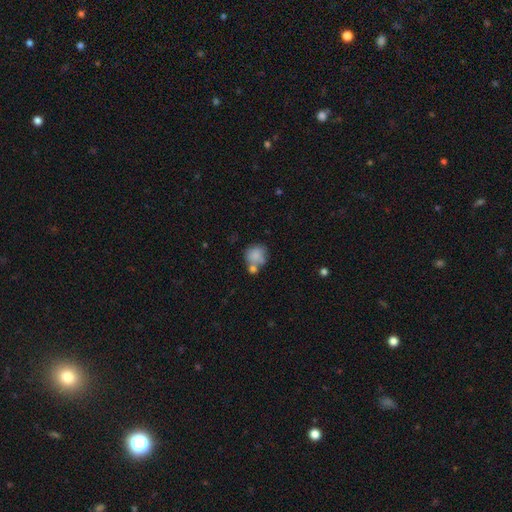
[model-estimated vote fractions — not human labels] Smooth or featured? Predicted: smooth (p=0.79). How rounded? Predicted: round (p=0.78). Merging? Predicted: none (p=0.43).